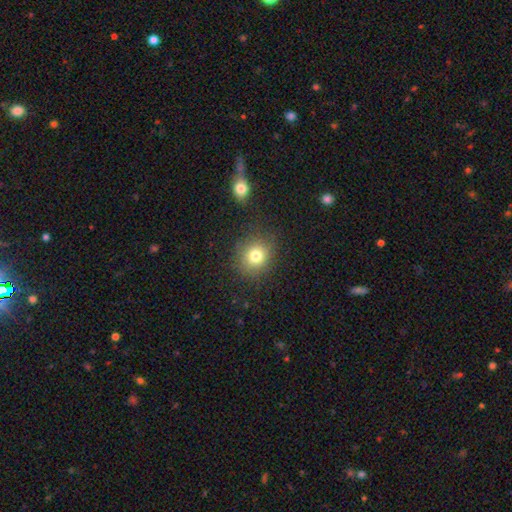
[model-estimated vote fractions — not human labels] Overall: smooth (78%). How rounded: round (79%). Merging: none (84%).